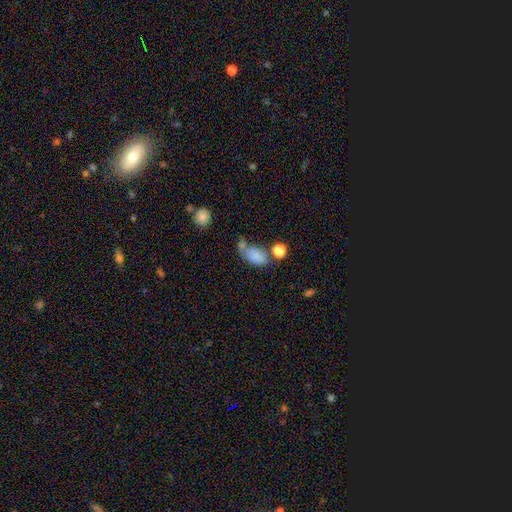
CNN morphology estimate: Q: Smooth or featured?
A: smooth (80%); runner-up: featured or disk (10%)
Q: How rounded?
A: in between (89%); runner-up: round (9%)
Q: Merging?
A: none (38%); runner-up: merger (30%)